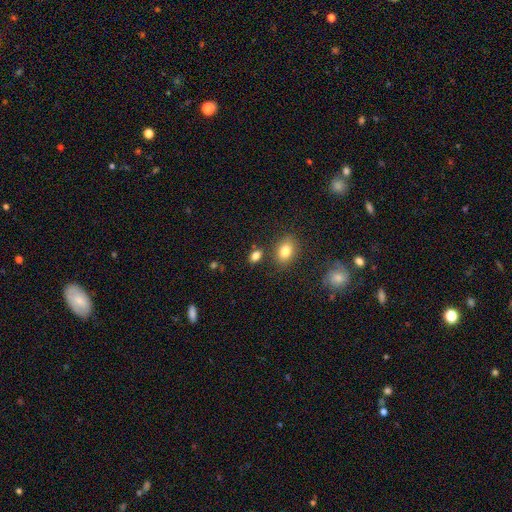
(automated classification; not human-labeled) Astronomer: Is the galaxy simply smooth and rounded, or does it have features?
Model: smooth — 82%.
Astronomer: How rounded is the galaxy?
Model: in between — 80%.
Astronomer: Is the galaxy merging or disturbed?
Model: none — 76%.